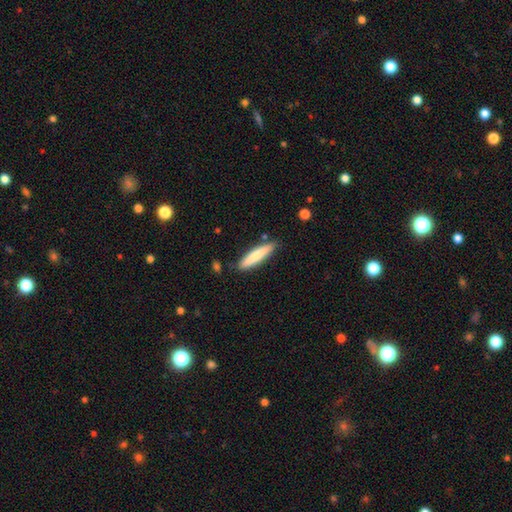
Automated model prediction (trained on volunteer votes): Smooth or featured? smooth (77%)
How rounded? cigar-shaped (84%)
Merging? none (83%)